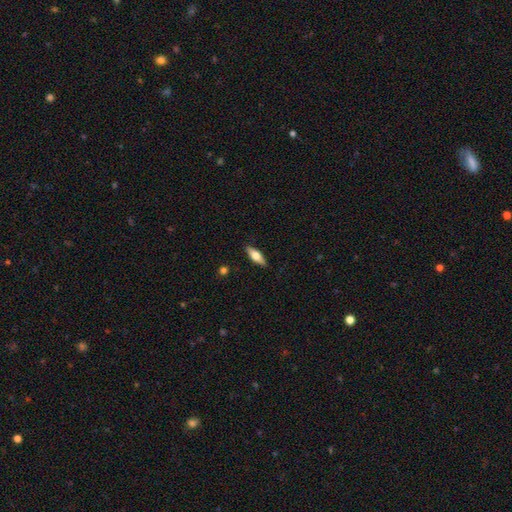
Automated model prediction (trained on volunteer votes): Overall: smooth (51%; featured or disk 43%). How rounded: in between (56%; cigar-shaped 41%). Merging: none (88%).